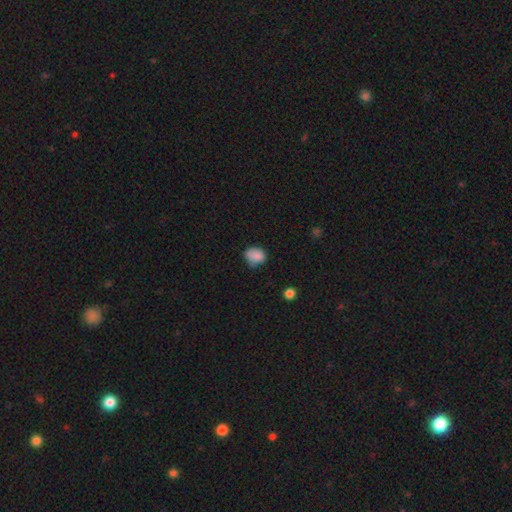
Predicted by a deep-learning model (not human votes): smooth_or_featured: smooth (p=0.82) [alt: star or artifact p=0.10]
how_rounded: round (p=0.55) [alt: in between p=0.44]
merging: none (p=0.51) [alt: minor disturbance p=0.36]